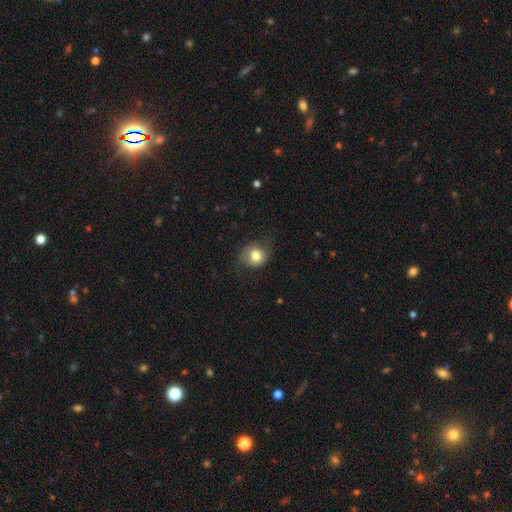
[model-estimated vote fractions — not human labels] smooth 77%, featured or disk 14%, star or artifact 9%. Down the decision tree: how rounded — round (62%); merging — none (65%).